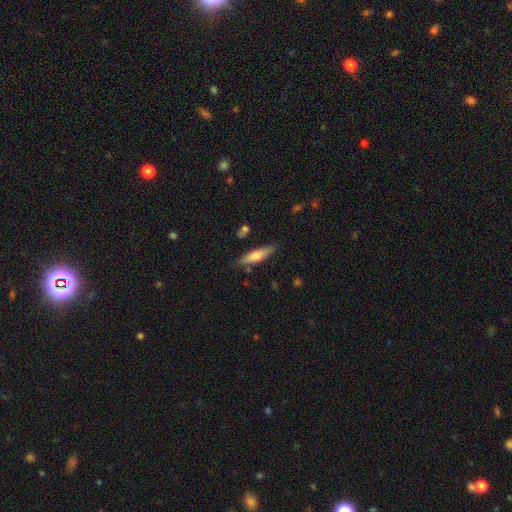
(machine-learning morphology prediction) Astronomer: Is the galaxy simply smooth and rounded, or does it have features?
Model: smooth — 62%.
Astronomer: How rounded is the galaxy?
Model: cigar-shaped — 71%.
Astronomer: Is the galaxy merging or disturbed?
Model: none — 80%.